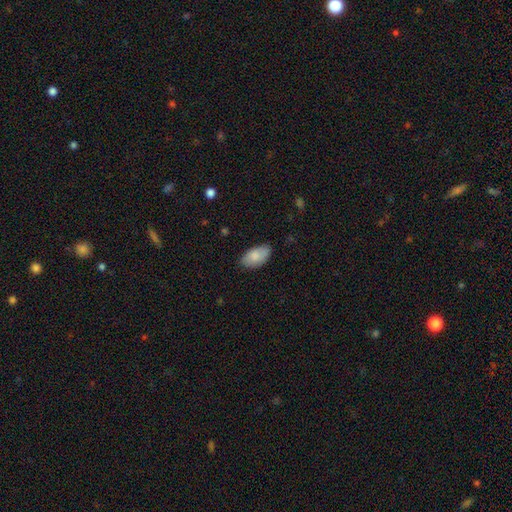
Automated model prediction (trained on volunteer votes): Smooth or featured? Predicted: smooth (p=0.84). How rounded? Predicted: in between (p=0.95). Merging? Predicted: none (p=0.78).